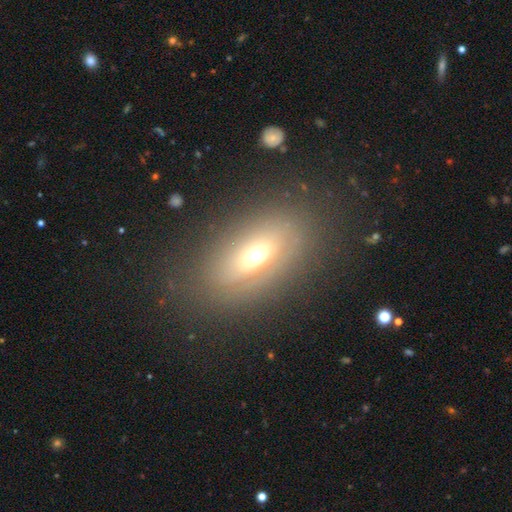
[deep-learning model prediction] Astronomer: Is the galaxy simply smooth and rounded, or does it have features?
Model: smooth — 46% (runner-up: featured or disk, 42%).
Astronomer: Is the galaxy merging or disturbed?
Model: none — 80%.